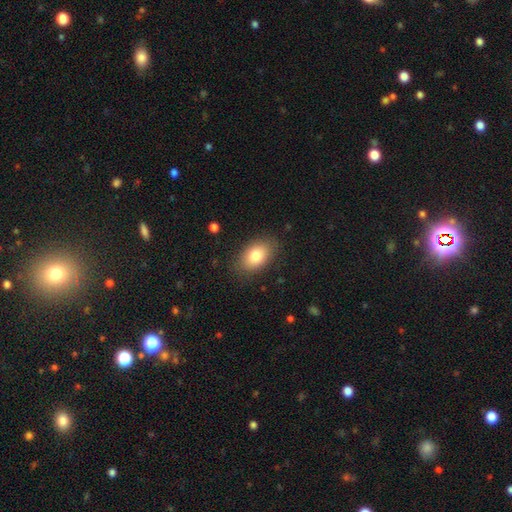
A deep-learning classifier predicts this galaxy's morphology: Q: Smooth or featured?
A: smooth (81%); runner-up: featured or disk (11%)
Q: How rounded?
A: in between (89%); runner-up: round (10%)
Q: Merging?
A: none (84%); runner-up: minor disturbance (11%)